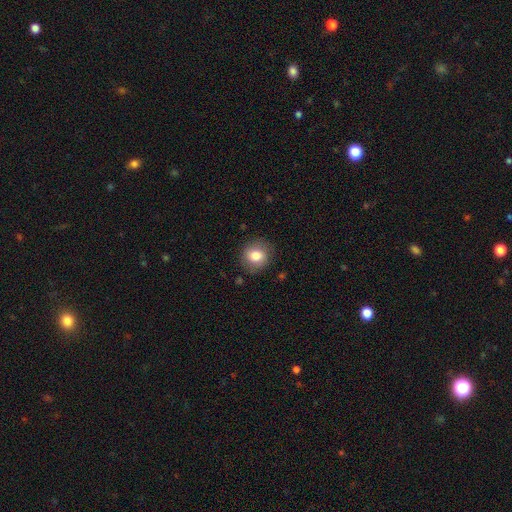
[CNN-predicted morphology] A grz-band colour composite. It shows a smooth galaxy with no disk features (80%) that is round (83%). Merging: none (84%).